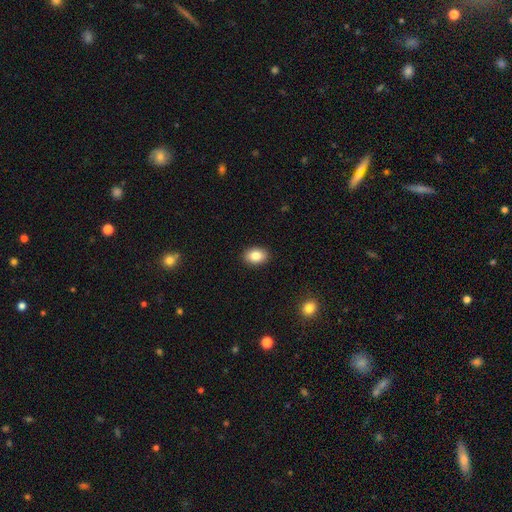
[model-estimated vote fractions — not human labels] Smooth or featured? Predicted: smooth (p=0.85). How rounded? Predicted: in between (p=0.77). Merging? Predicted: none (p=0.90).